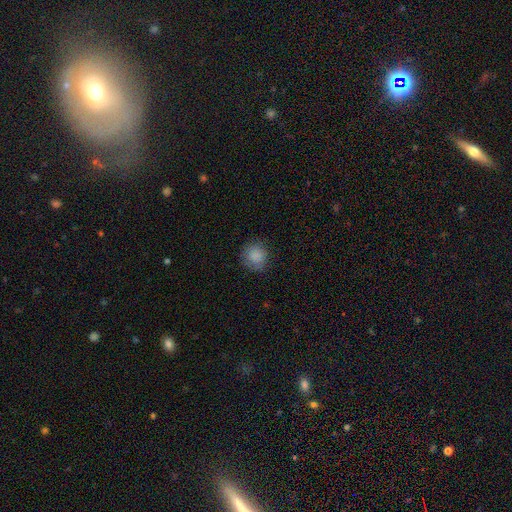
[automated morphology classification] This appears to be a smooth galaxy with no disk features (87%) that is round (88%). Merging: none (83%).